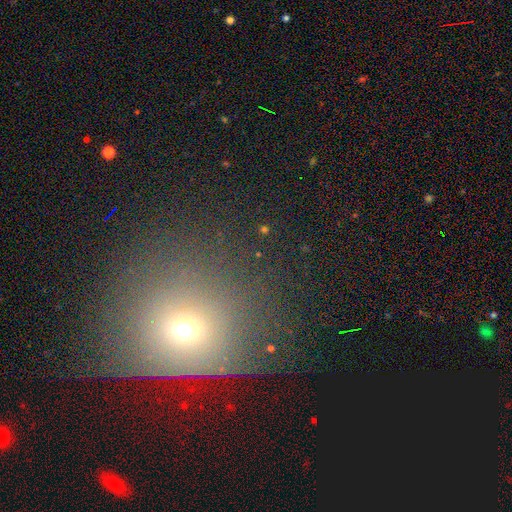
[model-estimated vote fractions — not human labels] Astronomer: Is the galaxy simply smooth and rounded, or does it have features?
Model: smooth — 46% (runner-up: star or artifact, 39%).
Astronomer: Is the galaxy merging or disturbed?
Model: none — 67%.